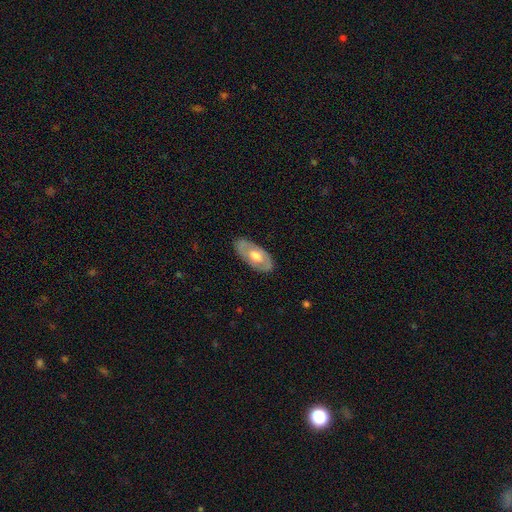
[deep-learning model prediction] This appears to be a featured or disk galaxy (56%). Merging: none (83%).